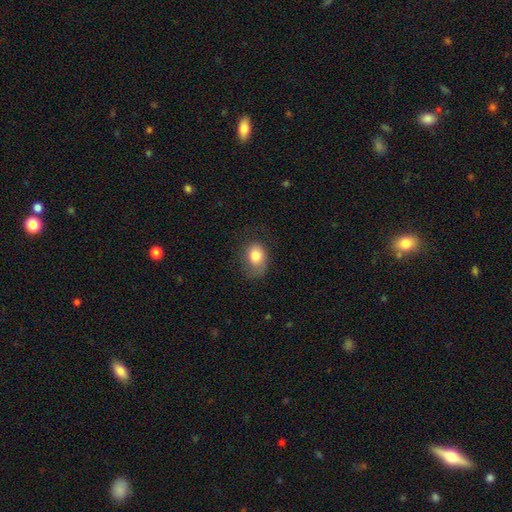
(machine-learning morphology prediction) Q: Smooth or featured?
A: smooth (79%); runner-up: featured or disk (13%)
Q: How rounded?
A: in between (68%); runner-up: round (31%)
Q: Merging?
A: none (53%); runner-up: minor disturbance (28%)